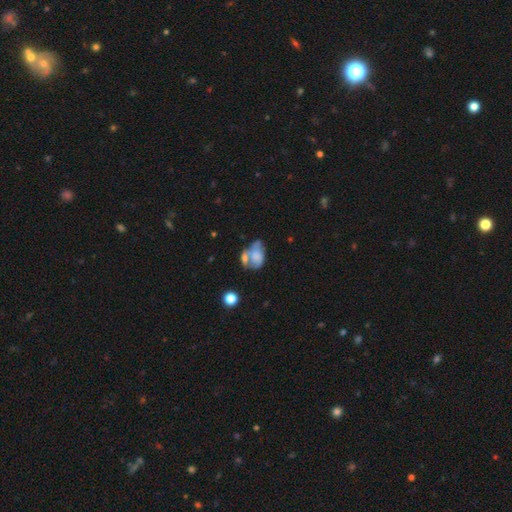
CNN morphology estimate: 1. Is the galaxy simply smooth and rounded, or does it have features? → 55% smooth, 35% featured or disk, 10% star or artifact.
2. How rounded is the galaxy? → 77% in between, 21% round, 2% cigar-shaped.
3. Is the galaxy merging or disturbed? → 44% merger, 20% none, 19% major disturbance, 18% minor disturbance.